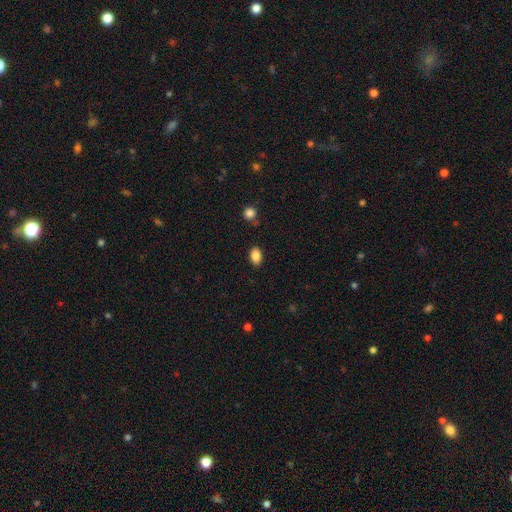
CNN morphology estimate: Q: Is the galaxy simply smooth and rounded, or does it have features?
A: smooth — 86%.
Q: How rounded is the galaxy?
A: in between — 85%.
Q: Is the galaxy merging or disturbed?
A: none — 85%.